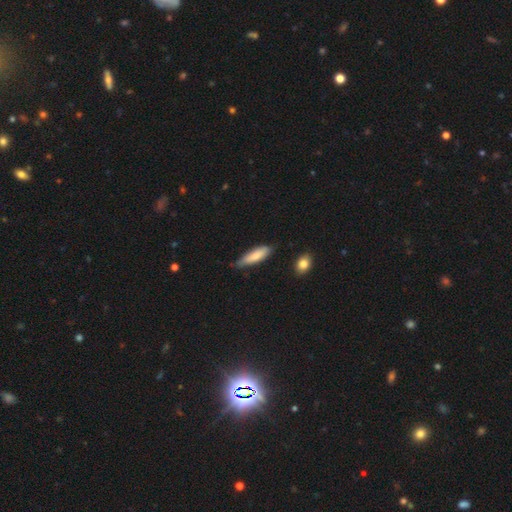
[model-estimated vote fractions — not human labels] A smooth galaxy with no disk features (80%) that is cigar-shaped (62%). Merging: none (66%).